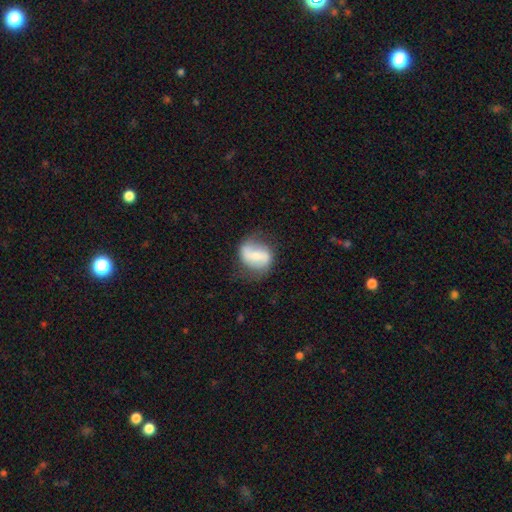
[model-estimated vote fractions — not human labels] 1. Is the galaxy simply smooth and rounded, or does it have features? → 61% featured or disk, 32% smooth, 7% star or artifact.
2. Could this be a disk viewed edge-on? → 96% no, 4% yes.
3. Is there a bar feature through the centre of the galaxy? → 41% strong, 36% weak, 23% no.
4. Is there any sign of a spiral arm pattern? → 77% yes, 23% no.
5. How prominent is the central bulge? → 45% small, 40% moderate, 8% none, 5% large, 2% dominant.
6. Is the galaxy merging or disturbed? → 62% none, 24% minor disturbance, 11% major disturbance, 2% merger.